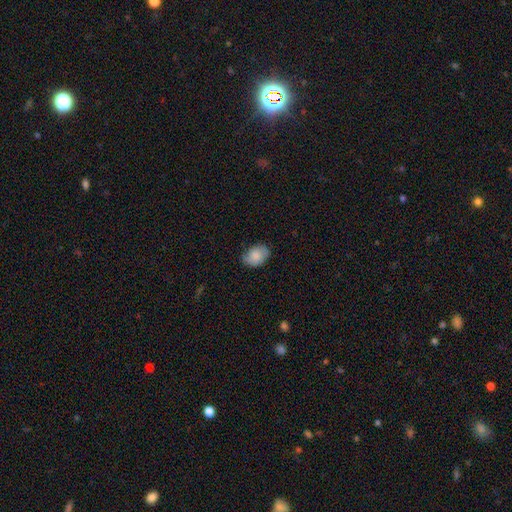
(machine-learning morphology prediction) A smooth galaxy with no disk features (81%) that is in between round and cigar-shaped (76%). Merging: none (72%).